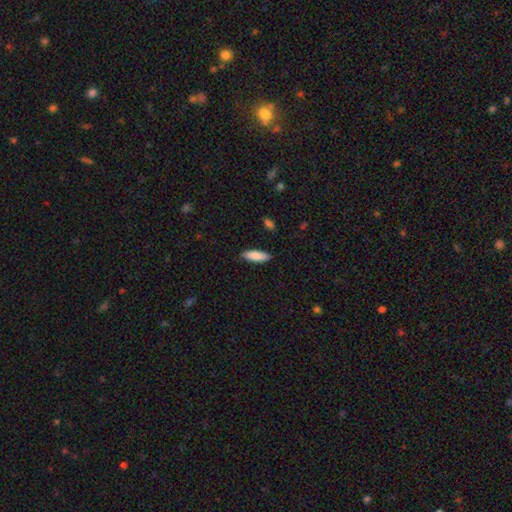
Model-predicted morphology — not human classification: Smooth or featured? Predicted: smooth (p=0.84). How rounded? Predicted: in between (p=0.59). Merging? Predicted: none (p=0.86).